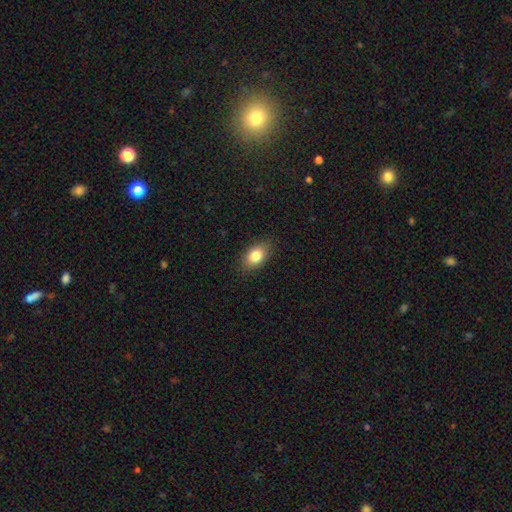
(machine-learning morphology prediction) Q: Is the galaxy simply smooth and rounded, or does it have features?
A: smooth — 82%.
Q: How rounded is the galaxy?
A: in between — 85%.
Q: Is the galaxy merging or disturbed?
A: none — 86%.